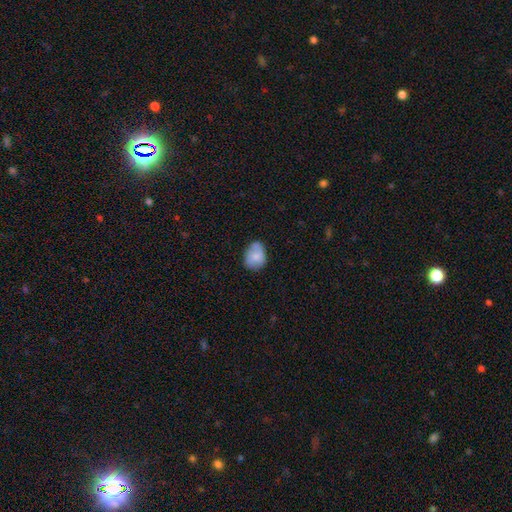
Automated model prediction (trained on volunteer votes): The model was most divided on "merging": none: 62%, minor disturbance: 29%, major disturbance: 6%, merger: 3%. More confident: smooth or featured — smooth (76%); how rounded — in between (68%).